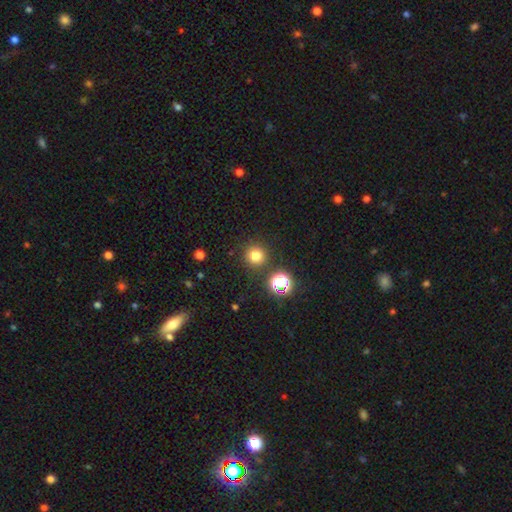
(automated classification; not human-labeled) Smooth or featured? smooth (75%)
How rounded? round (95%)
Merging? none (87%)